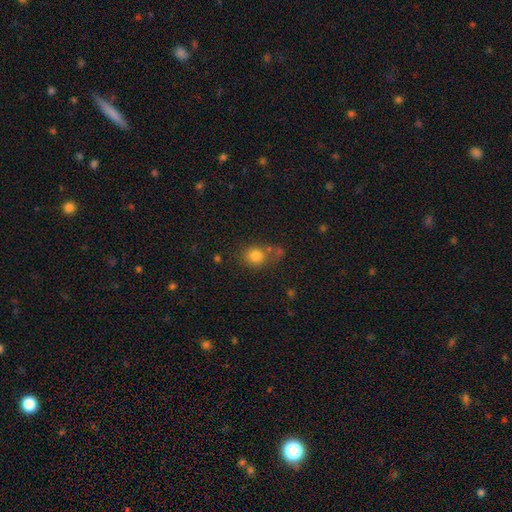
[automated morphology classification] type=smooth (80%); roundness=round (77%); merging=none (56%).